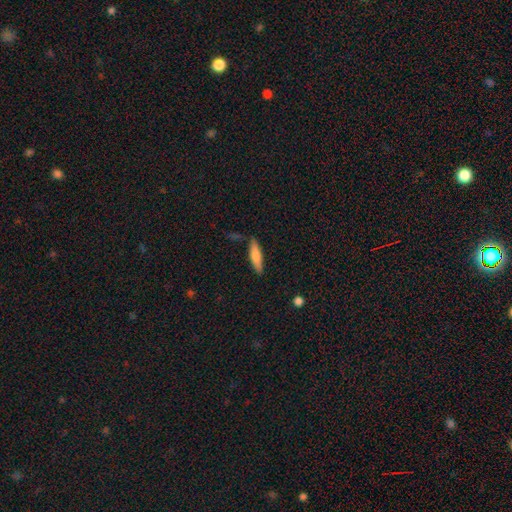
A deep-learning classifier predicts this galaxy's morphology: Smooth or featured? smooth (72%)
How rounded? cigar-shaped (76%)
Merging? none (83%)